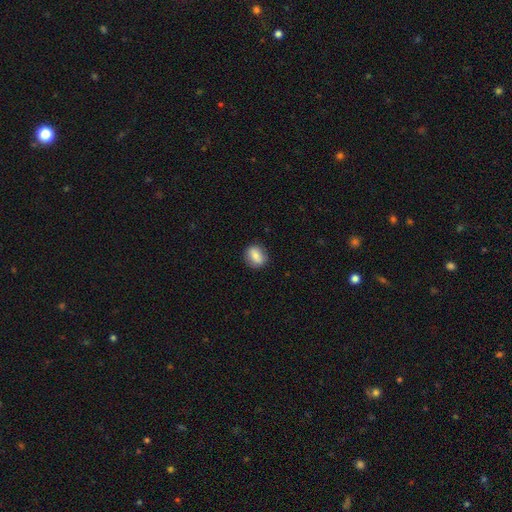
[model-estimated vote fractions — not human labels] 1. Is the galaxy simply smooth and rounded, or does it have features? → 79% smooth, 14% featured or disk, 8% star or artifact.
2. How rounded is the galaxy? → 55% round, 44% in between, 2% cigar-shaped.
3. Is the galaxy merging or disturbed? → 86% none, 10% minor disturbance, 2% major disturbance, 1% merger.